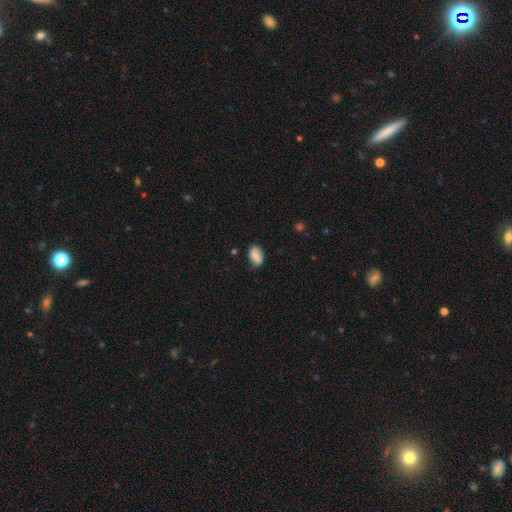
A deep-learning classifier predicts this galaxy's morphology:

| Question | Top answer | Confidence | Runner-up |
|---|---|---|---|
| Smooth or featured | smooth | 73% | featured or disk (18%) |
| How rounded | in between | 87% | round (11%) |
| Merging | none | 68% | minor disturbance (24%) |